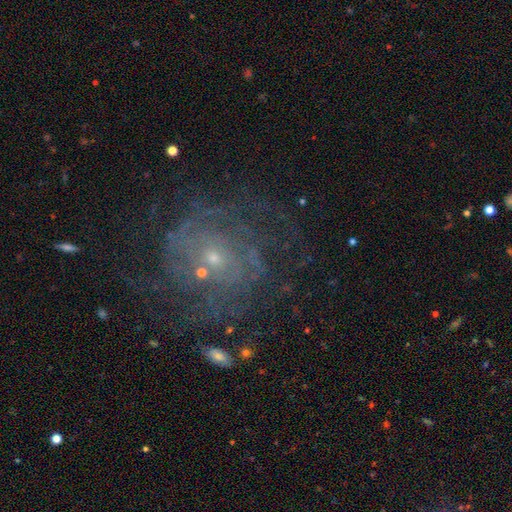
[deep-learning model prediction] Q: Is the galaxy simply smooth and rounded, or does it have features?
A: featured or disk — 76%.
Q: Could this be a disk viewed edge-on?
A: no — 98%.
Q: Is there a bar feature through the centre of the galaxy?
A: no — 74%.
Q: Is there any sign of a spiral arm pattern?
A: yes — 85%.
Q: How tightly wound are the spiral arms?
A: tight — 58%.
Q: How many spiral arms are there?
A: can't tell — 46%.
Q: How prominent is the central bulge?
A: small — 75%.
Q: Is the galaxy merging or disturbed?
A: none — 66%.